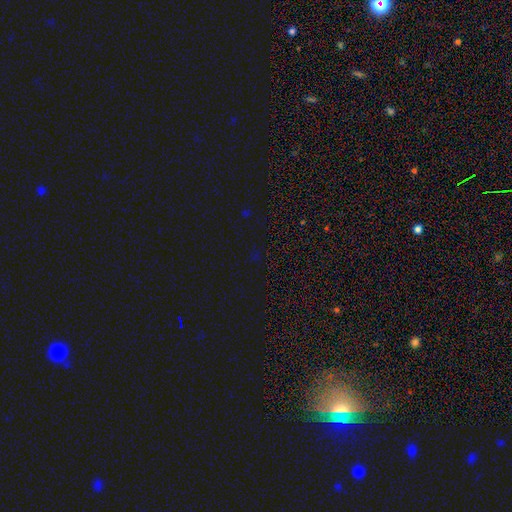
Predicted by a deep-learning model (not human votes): This is likely a star or artifact rather than a galaxy (73%).